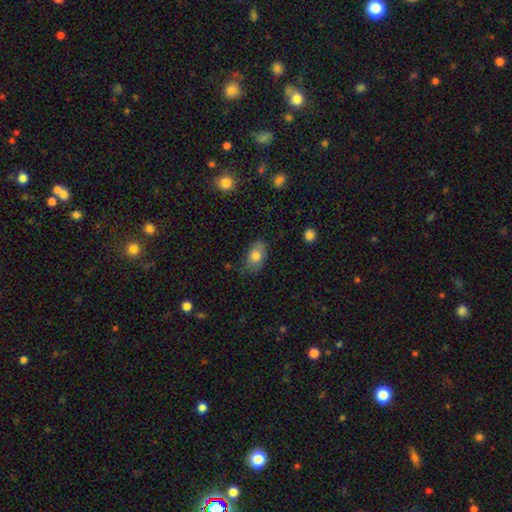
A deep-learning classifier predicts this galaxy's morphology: The model was most divided on "merging": none: 68%, minor disturbance: 25%, major disturbance: 6%, merger: 2%. More confident: how rounded — in between (90%); smooth or featured — smooth (77%).